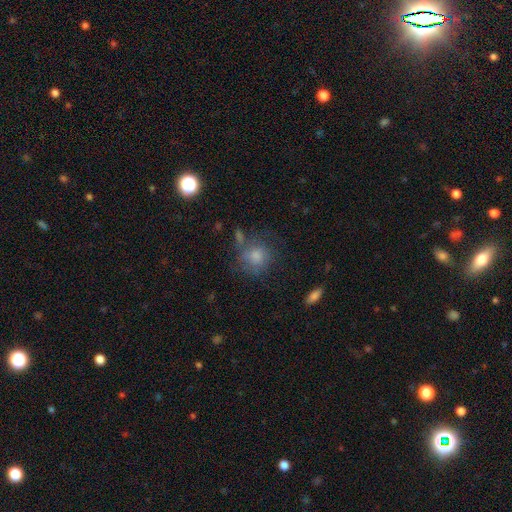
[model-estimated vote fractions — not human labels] This is likely a smooth galaxy (62%). How rounded: clearly round (84%). Merging: likely none (63%).